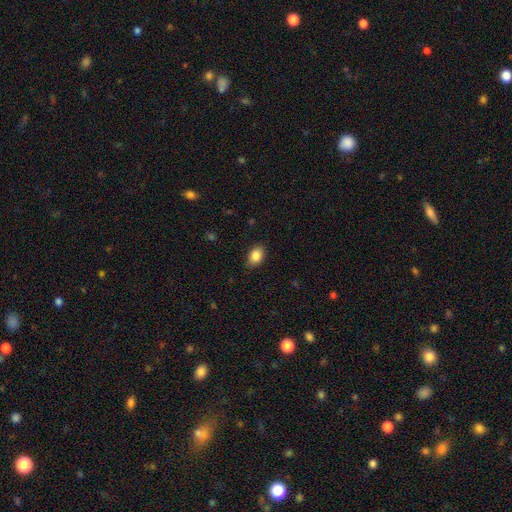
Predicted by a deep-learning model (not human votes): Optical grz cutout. It shows a smooth galaxy with no disk features (86%) that is in between round and cigar-shaped (83%). Merging: none (85%).